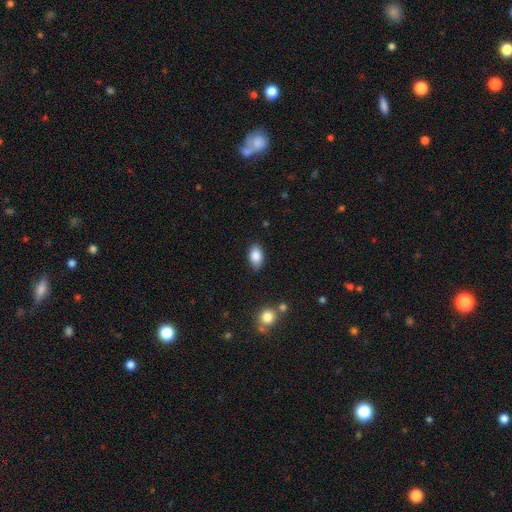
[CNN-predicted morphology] Smooth or featured?
  - smooth: 87% *
  - star or artifact: 7%
  - featured or disk: 5%
How rounded?
  - in between: 91% *
  - round: 7%
  - cigar-shaped: 2%
Merging?
  - none: 82% *
  - minor disturbance: 14%
  - major disturbance: 3%
  - merger: 2%